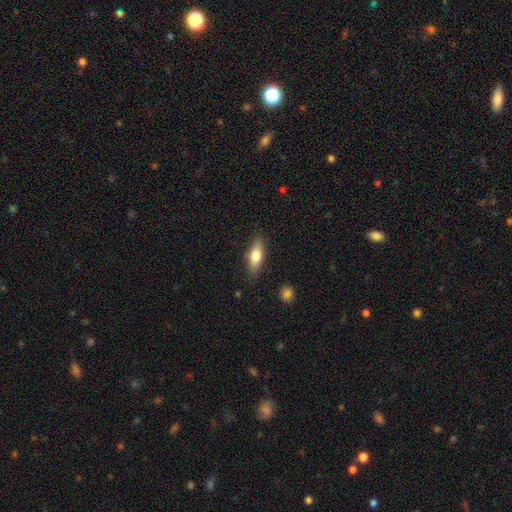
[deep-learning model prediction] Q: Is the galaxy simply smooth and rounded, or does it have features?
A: smooth — 70%.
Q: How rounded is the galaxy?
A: in between — 60%.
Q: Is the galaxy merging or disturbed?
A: none — 84%.